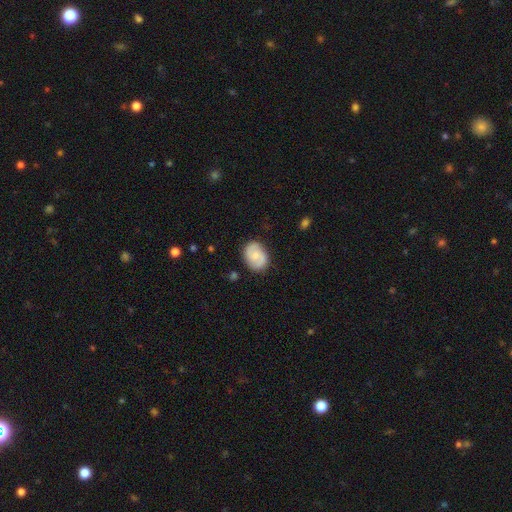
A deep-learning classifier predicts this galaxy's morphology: Smooth or featured?
  - featured or disk: 50% *
  - smooth: 43%
  - star or artifact: 7%
Merging?
  - none: 82% *
  - minor disturbance: 14%
  - major disturbance: 3%
  - merger: 1%